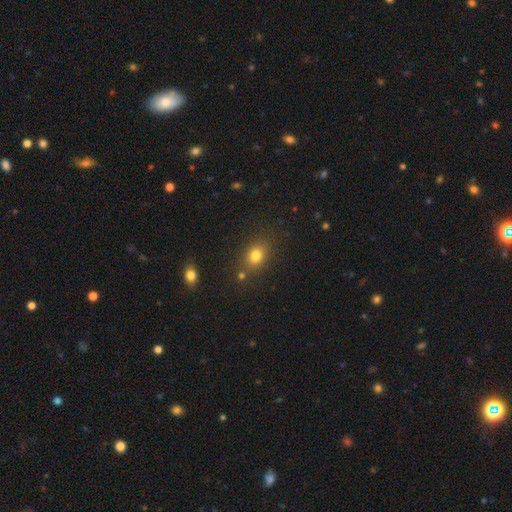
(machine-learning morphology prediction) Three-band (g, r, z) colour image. It shows a smooth galaxy with no disk features (80%) that is in between round and cigar-shaped (52%). Merging: none (76%).